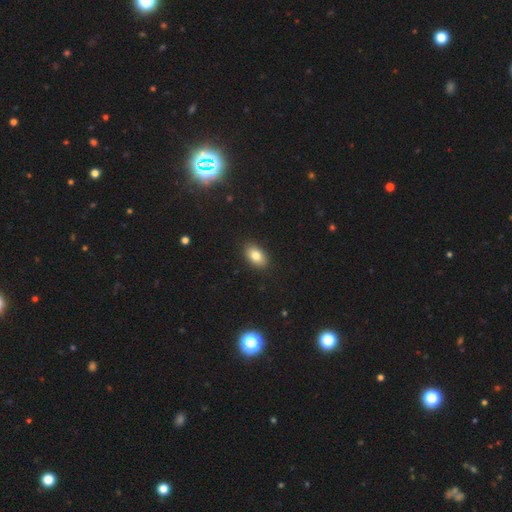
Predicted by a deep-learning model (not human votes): The model was most divided on "smooth or featured": smooth: 81%, featured or disk: 10%, star or artifact: 9%. More confident: how rounded — in between (89%); merging — none (89%).